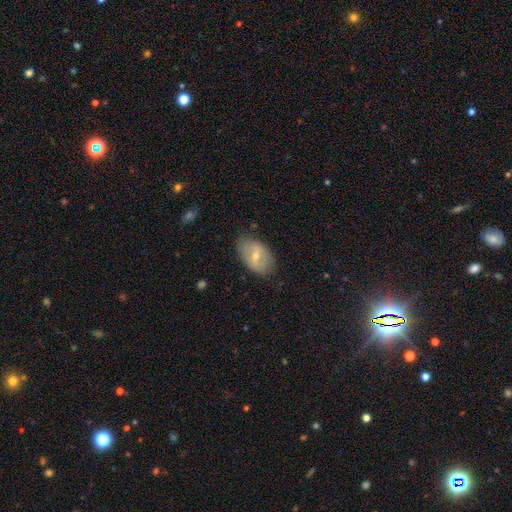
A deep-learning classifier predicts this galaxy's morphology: smooth_or_featured: smooth (p=0.49) [alt: featured or disk p=0.44]
merging: none (p=0.77) [alt: minor disturbance p=0.18]